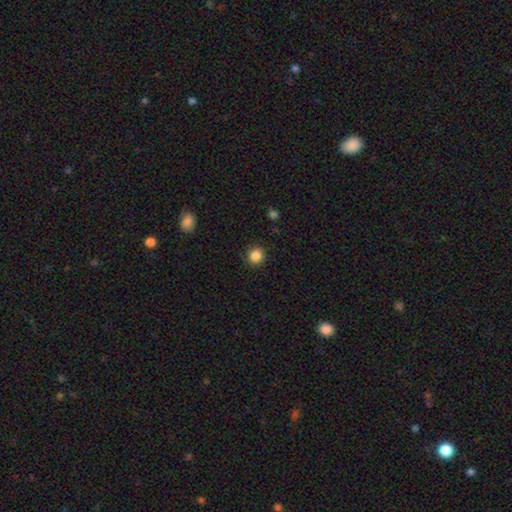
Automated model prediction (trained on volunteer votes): Morphology: type=smooth (86%); roundness=round (90%); merging=none (90%).